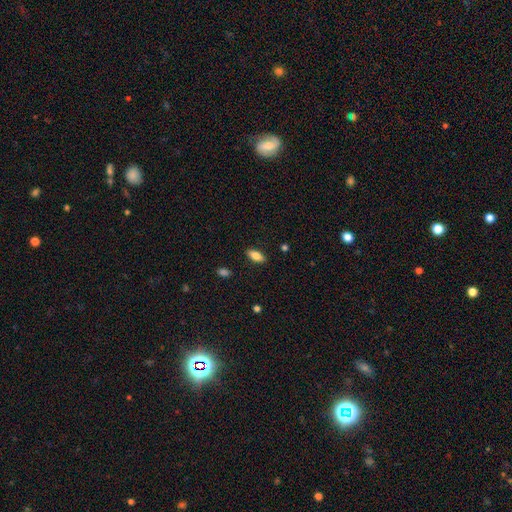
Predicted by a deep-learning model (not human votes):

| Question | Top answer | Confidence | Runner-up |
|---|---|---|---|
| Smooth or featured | smooth | 82% | featured or disk (10%) |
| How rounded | in between | 85% | cigar-shaped (12%) |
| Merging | none | 88% | minor disturbance (9%) |